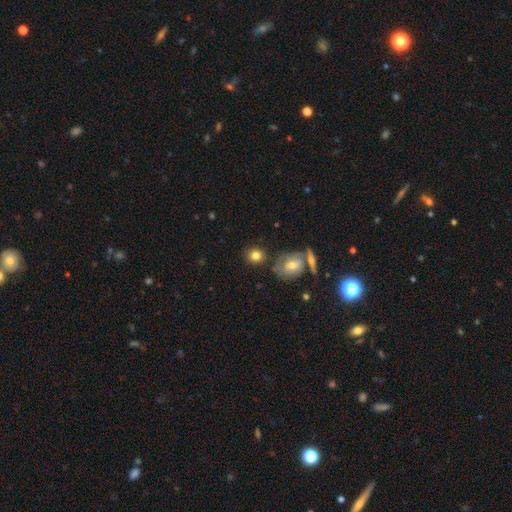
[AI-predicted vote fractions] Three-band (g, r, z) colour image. It shows a smooth galaxy with no disk features (80%) that is round (77%). Merging: none (75%).